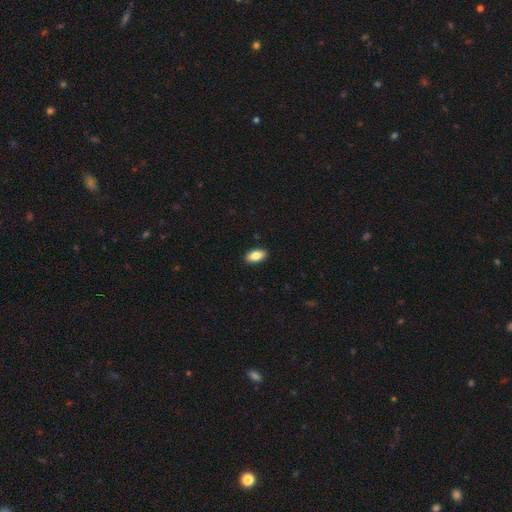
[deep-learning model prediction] A smooth galaxy with no disk features (85%) that is in between round and cigar-shaped (92%). Merging: none (91%).